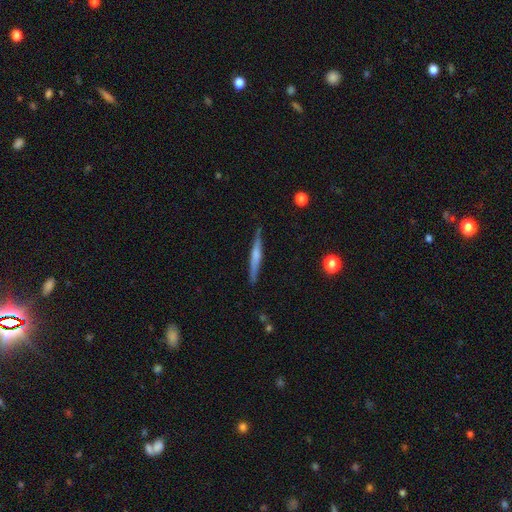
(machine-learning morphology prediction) featured or disk 51%, smooth 43%, star or artifact 6%. Down the decision tree: edge-on disk — yes (96%); merging — none (86%).